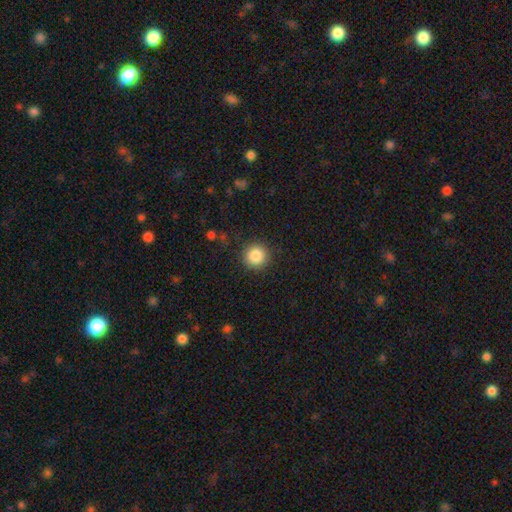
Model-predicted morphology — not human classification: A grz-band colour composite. It shows a smooth galaxy with no disk features (85%) that is round (95%). Merging: none (90%).